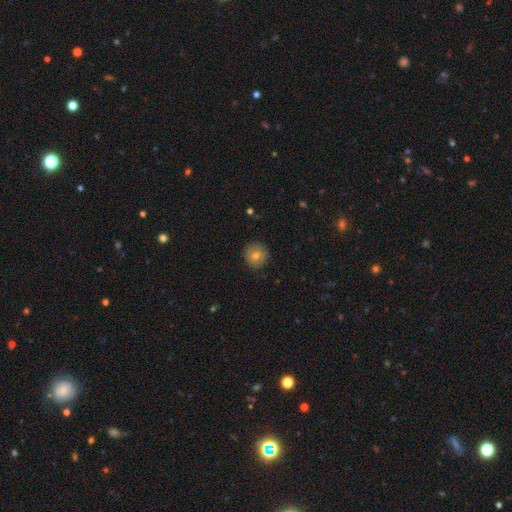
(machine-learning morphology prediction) Smooth or featured? Predicted: smooth (p=0.72). How rounded? Predicted: round (p=0.92). Merging? Predicted: none (p=0.87).